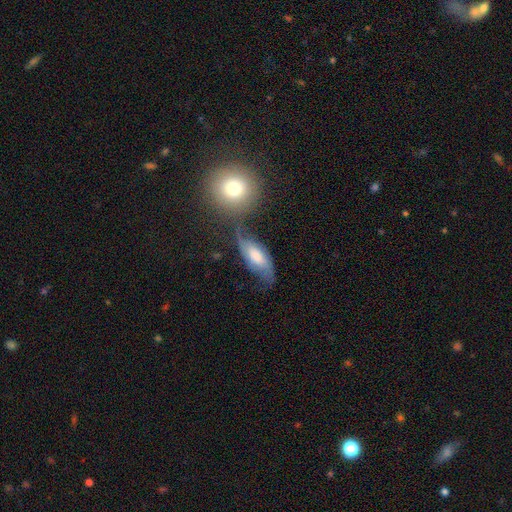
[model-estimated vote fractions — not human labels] featured or disk 56%, smooth 35%, star or artifact 9%. Down the decision tree: edge-on disk — no (85%); merging — none (55%).